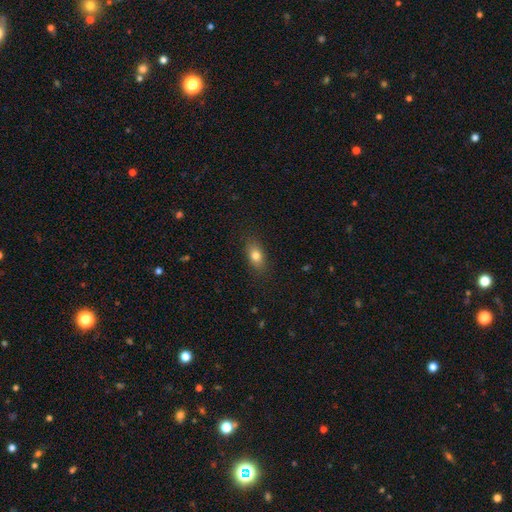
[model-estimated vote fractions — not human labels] This appears to be a smooth galaxy with no disk features (79%) that is in between round and cigar-shaped (82%). Merging: none (86%).